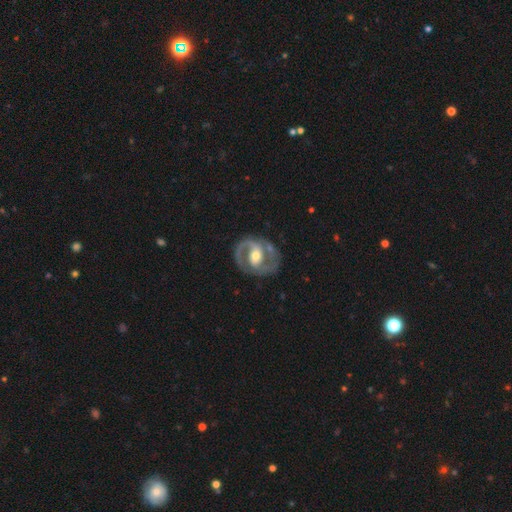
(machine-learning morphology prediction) featured or disk 86%, smooth 10%, star or artifact 4%. Down the decision tree: edge-on disk — no (97%); bar — weak (40%); spiral arms — yes (91%); spiral arm count — 2 (87%); spiral winding — medium (56%); bulge size — moderate (67%); merging — none (78%).